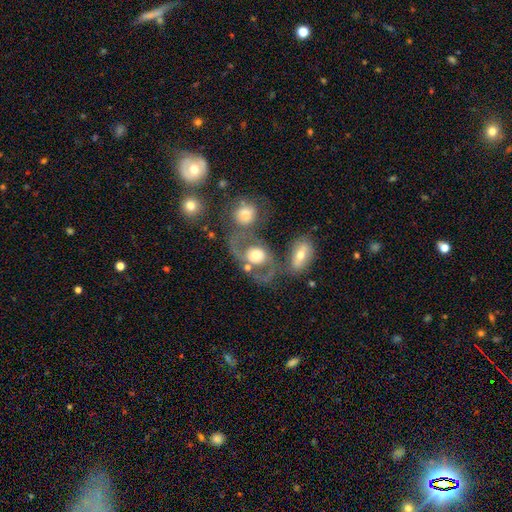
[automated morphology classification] Smooth or featured: featured or disk — 61% (smooth — 31%)
Edge-on disk: no — 96% (yes — 4%)
Bar: no — 78% (weak — 16%)
Spiral arms: yes — 63% (no — 37%)
Bulge size: moderate — 57% (large — 24%)
Merging: none — 36% (merger — 33%)